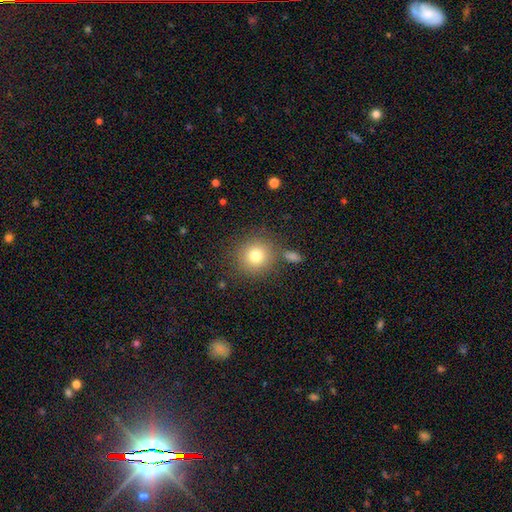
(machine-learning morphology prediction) smooth-or-featured: smooth: 79% | star or artifact: 11% | featured or disk: 10%
  how-rounded: round: 92% | in between: 7% | cigar-shaped: 1%
  merging: none: 81% | minor disturbance: 9% | merger: 6% | major disturbance: 4%